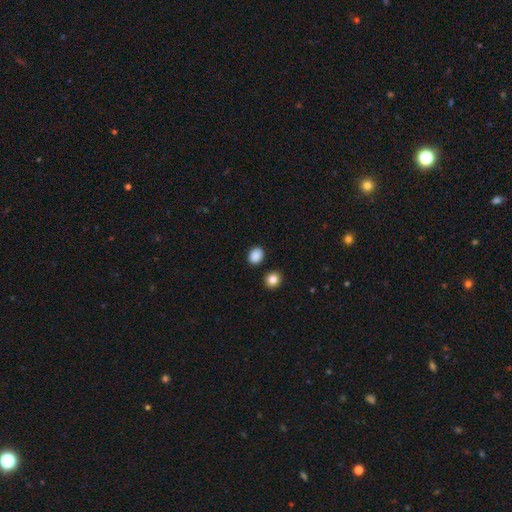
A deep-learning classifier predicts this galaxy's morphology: This appears to be a smooth galaxy with no disk features (87%) that is round (51%). Merging: none (88%).